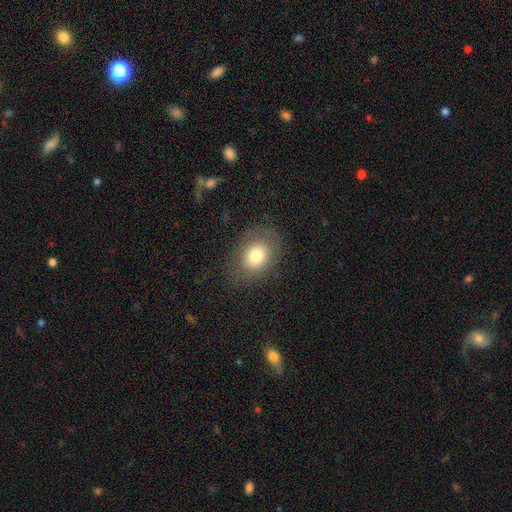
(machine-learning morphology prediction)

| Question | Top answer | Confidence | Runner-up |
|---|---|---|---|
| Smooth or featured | smooth | 74% | featured or disk (16%) |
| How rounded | in between | 60% | round (39%) |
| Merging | none | 74% | minor disturbance (17%) |